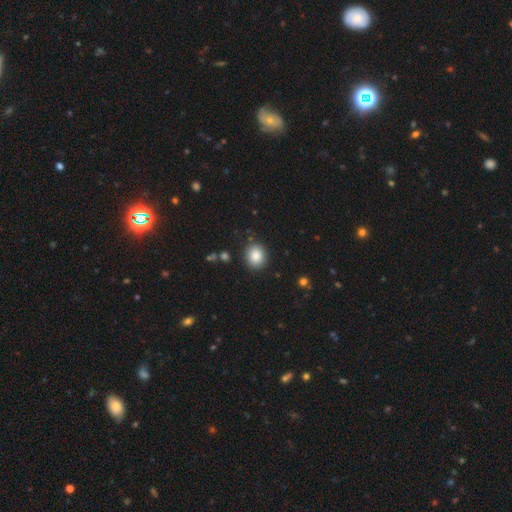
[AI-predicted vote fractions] smooth-or-featured: smooth: 87% | star or artifact: 9% | featured or disk: 5%
  how-rounded: round: 70% | in between: 29% | cigar-shaped: 1%
  merging: none: 87% | minor disturbance: 8% | major disturbance: 2% | merger: 2%